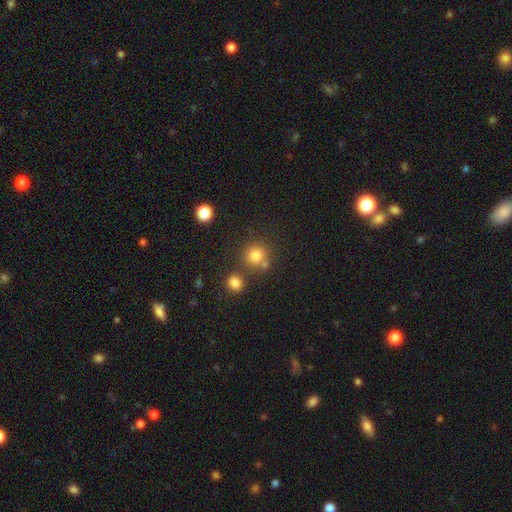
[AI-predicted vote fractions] A smooth galaxy with no disk features (80%) that is round (90%). Merging: none (69%).